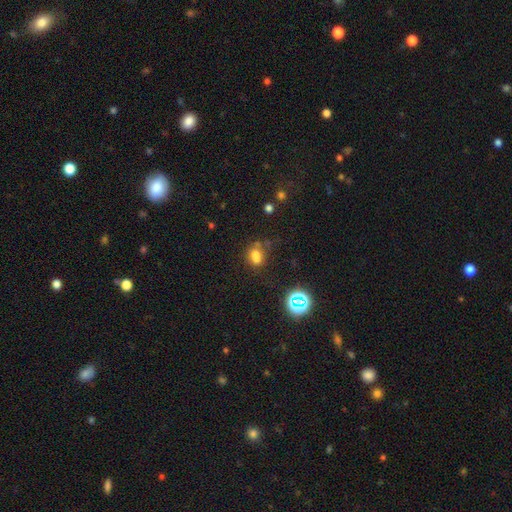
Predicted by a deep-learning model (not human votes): Morphology: type=smooth (62%); roundness=round (49%, tied with in between); merging=none (43%).